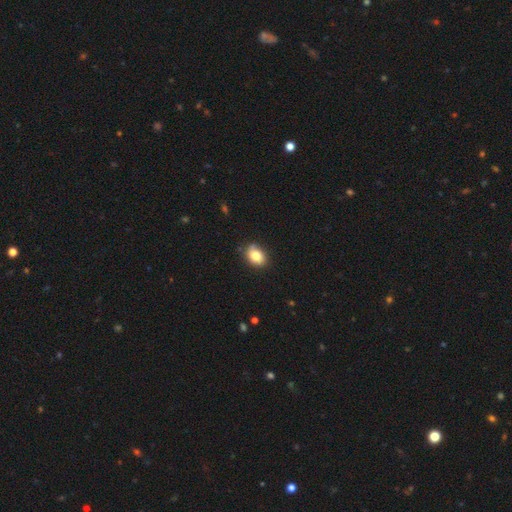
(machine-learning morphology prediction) The model was most divided on "how rounded": in between: 65%, round: 34%, cigar-shaped: 1%. More confident: smooth or featured — smooth (79%); merging — none (73%).